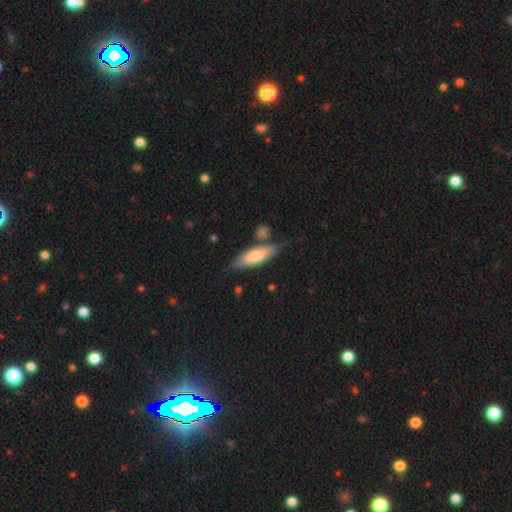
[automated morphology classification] This is likely a smooth galaxy (70%). How rounded: possibly cigar-shaped (54%). Merging: likely none (70%).